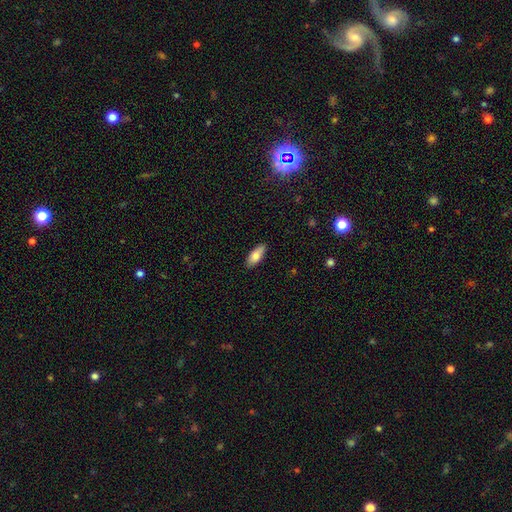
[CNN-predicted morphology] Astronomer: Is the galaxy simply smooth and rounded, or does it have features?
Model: smooth — 79%.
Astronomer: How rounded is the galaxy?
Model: in between — 80%.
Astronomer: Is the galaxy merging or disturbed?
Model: none — 85%.